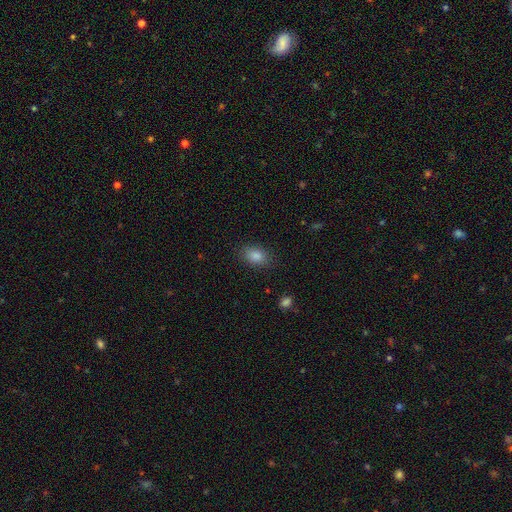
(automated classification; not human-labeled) Q: Smooth or featured?
A: smooth (84%); runner-up: star or artifact (11%)
Q: How rounded?
A: in between (80%); runner-up: round (18%)
Q: Merging?
A: none (86%); runner-up: minor disturbance (10%)